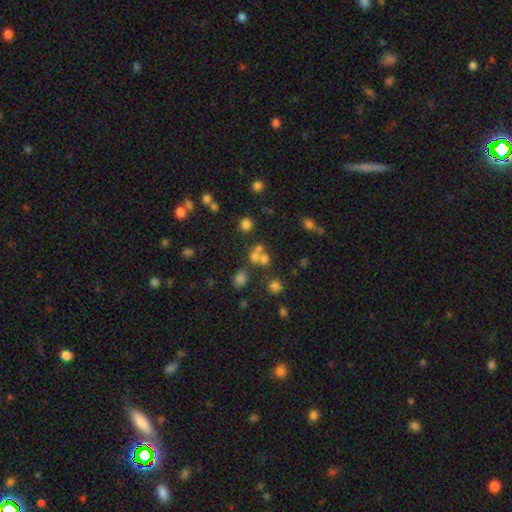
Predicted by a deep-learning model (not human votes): This appears to be a smooth galaxy with no disk features (57%) that is round (78%). Merging: none (48%).